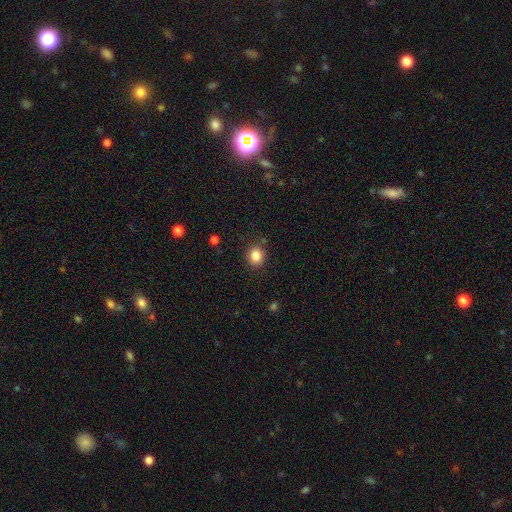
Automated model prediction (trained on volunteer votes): Smooth or featured: smooth — 84% (star or artifact — 11%)
How rounded: round — 81% (in between — 18%)
Merging: none — 86% (minor disturbance — 9%)